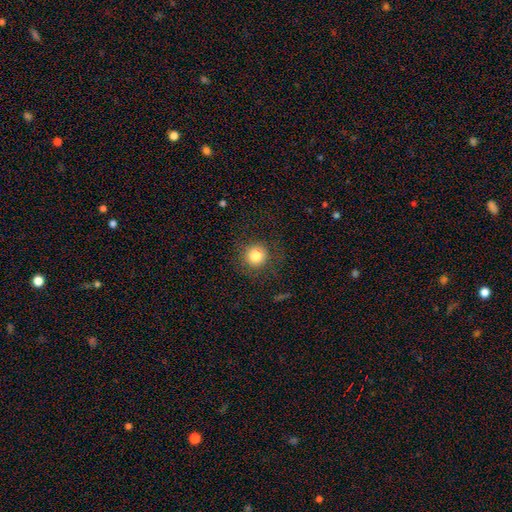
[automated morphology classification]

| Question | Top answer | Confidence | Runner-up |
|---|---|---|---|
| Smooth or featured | smooth | 80% | star or artifact (11%) |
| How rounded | round | 94% | in between (5%) |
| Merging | none | 83% | minor disturbance (10%) |